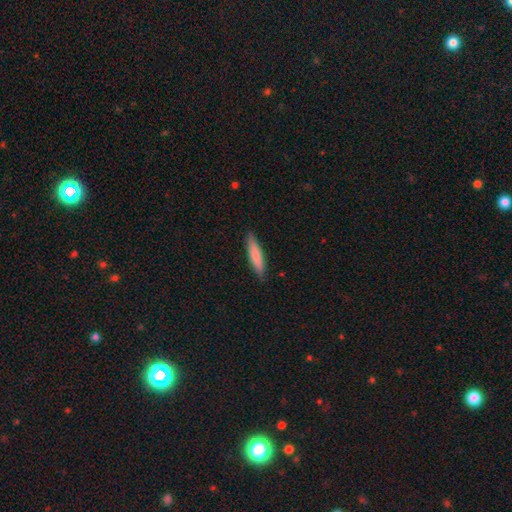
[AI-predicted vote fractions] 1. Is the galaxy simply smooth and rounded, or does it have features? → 79% smooth, 16% featured or disk, 5% star or artifact.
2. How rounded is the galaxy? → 85% cigar-shaped, 14% in between, 1% round.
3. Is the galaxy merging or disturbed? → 88% none, 10% minor disturbance, 2% major disturbance, 1% merger.